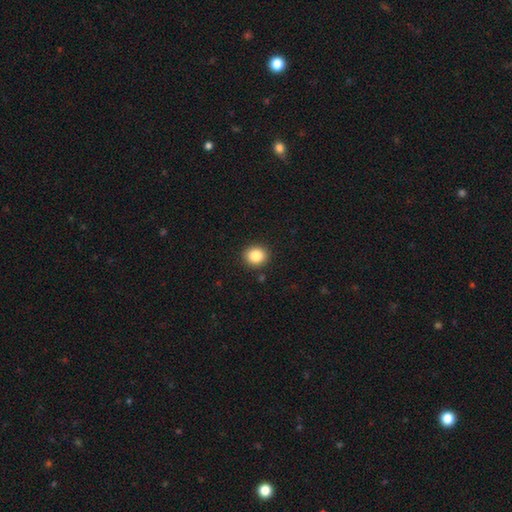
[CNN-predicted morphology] smooth_or_featured: smooth (p=0.86) [alt: star or artifact p=0.09]
how_rounded: round (p=0.82) [alt: in between p=0.18]
merging: none (p=0.91) [alt: minor disturbance p=0.06]